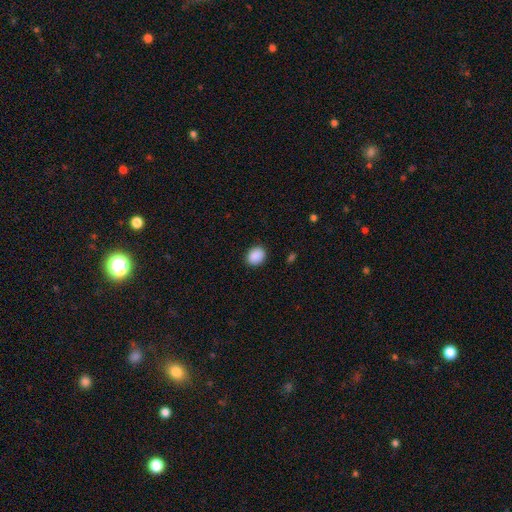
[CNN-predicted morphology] smooth-or-featured: smooth: 90% | star or artifact: 8% | featured or disk: 3%
  how-rounded: in between: 52% | round: 47% | cigar-shaped: 1%
  merging: none: 88% | minor disturbance: 9% | major disturbance: 2% | merger: 1%